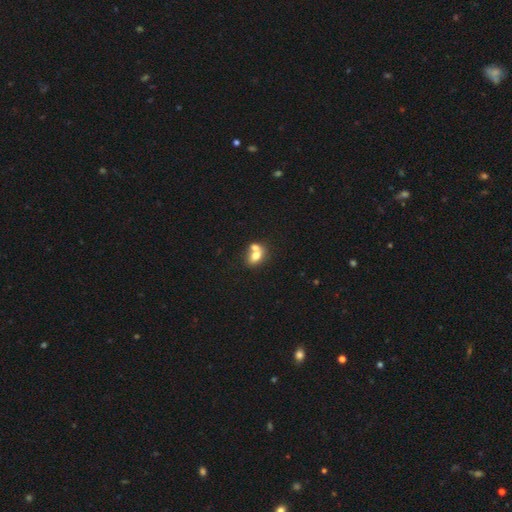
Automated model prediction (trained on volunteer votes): smooth_or_featured: smooth (p=0.72) [alt: featured or disk p=0.18]
how_rounded: in between (p=0.69) [alt: round p=0.29]
merging: merger (p=0.57) [alt: none p=0.31]